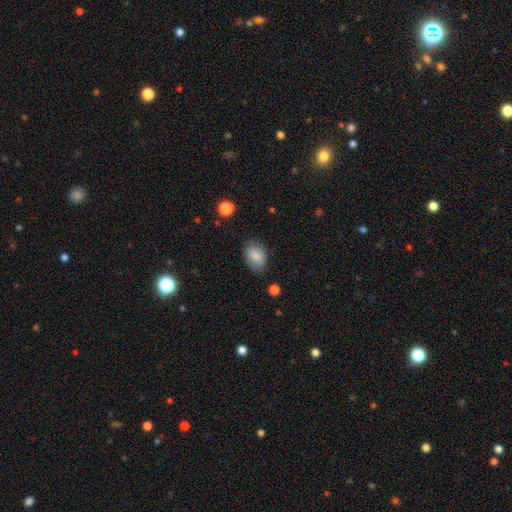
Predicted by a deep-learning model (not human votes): The model was most divided on "merging": none: 79%, minor disturbance: 16%, major disturbance: 4%, merger: 1%. More confident: smooth or featured — smooth (84%); how rounded — in between (82%).